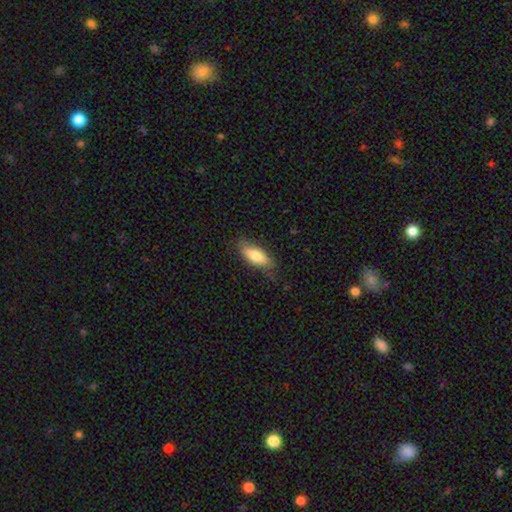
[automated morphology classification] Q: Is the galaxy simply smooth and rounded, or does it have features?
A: smooth — 77%.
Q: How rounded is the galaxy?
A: in between — 72%.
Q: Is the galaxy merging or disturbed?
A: none — 74%.